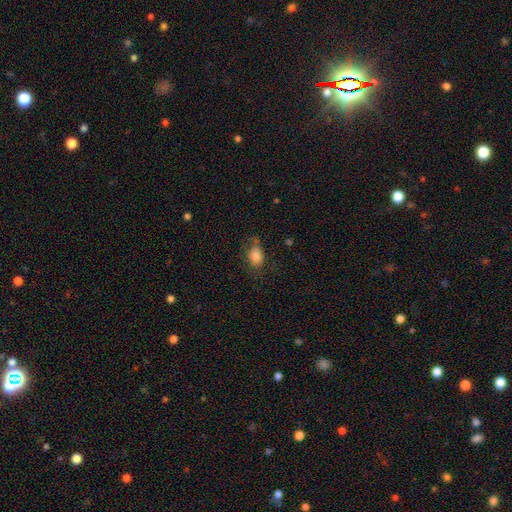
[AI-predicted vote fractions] smooth_or_featured: smooth (p=0.79) [alt: featured or disk p=0.12]
how_rounded: in between (p=0.76) [alt: round p=0.22]
merging: none (p=0.58) [alt: minor disturbance p=0.25]